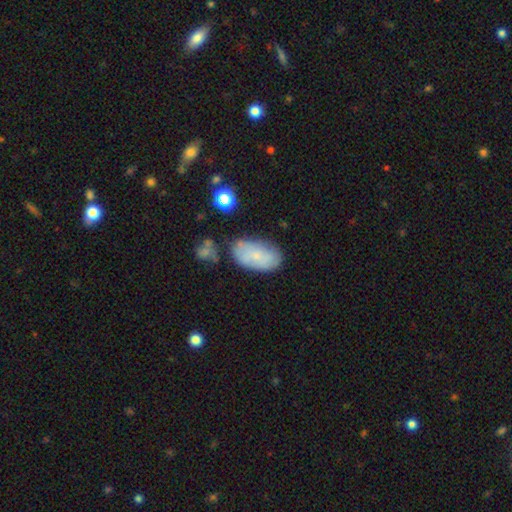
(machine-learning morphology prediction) smooth 66%, featured or disk 26%, star or artifact 8%. Down the decision tree: how rounded — in between (93%); merging — none (60%).